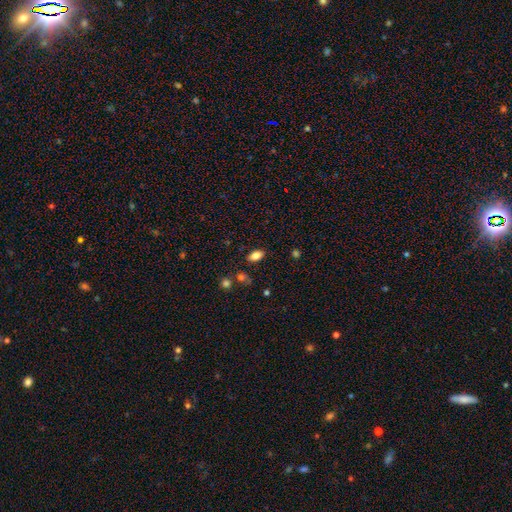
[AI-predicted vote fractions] smooth 83%, star or artifact 10%, featured or disk 8%. Down the decision tree: how rounded — in between (90%); merging — none (84%).